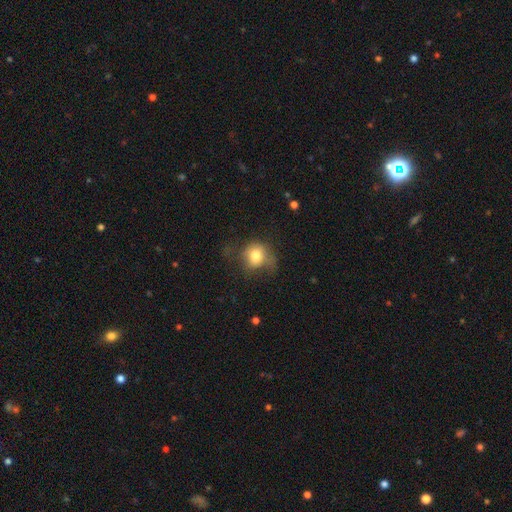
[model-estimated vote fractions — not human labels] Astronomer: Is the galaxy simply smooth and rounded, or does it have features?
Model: smooth — 75%.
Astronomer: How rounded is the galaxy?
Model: round — 67%.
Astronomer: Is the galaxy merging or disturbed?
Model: none — 44% (runner-up: minor disturbance, 29%).